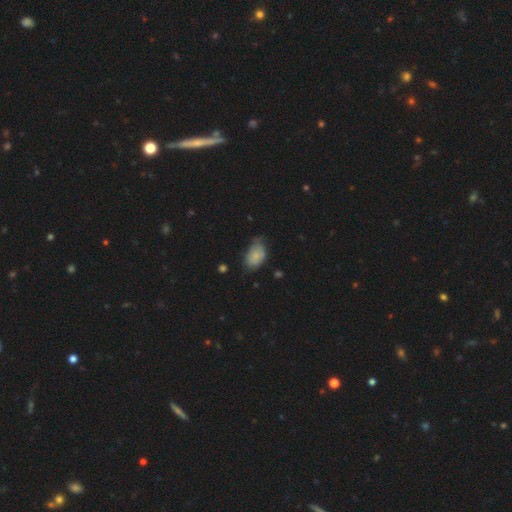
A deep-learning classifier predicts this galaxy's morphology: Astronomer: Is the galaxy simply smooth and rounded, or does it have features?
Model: smooth — 76%.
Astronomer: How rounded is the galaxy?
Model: in between — 90%.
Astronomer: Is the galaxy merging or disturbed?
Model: none — 47% (runner-up: minor disturbance, 41%).